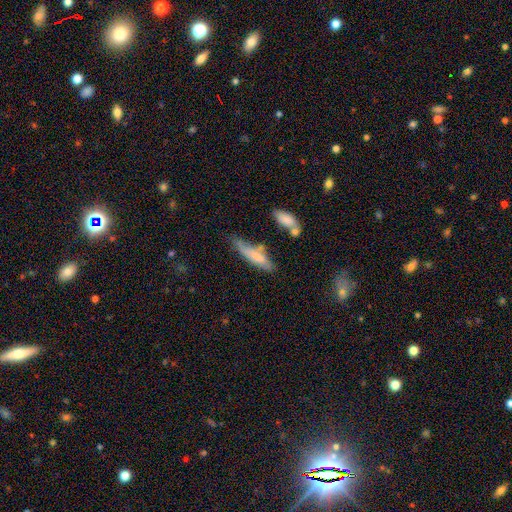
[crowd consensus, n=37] smooth 62%, featured or disk 35%, star or artifact 3%. Down the decision tree: how rounded — cigar-shaped (83%); merging — none (61%).